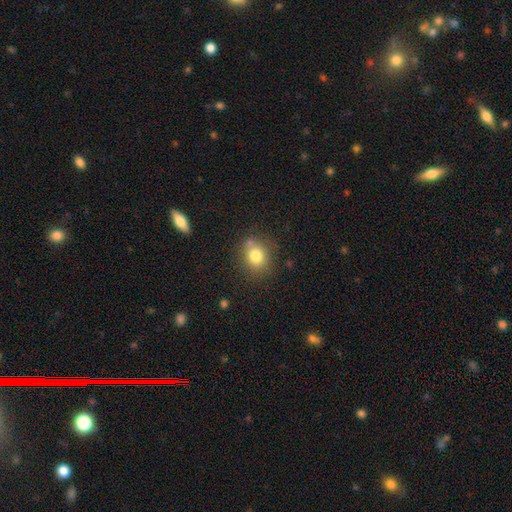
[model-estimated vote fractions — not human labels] This is likely a smooth galaxy (78%). How rounded: likely round (75%). Merging: likely none (71%).